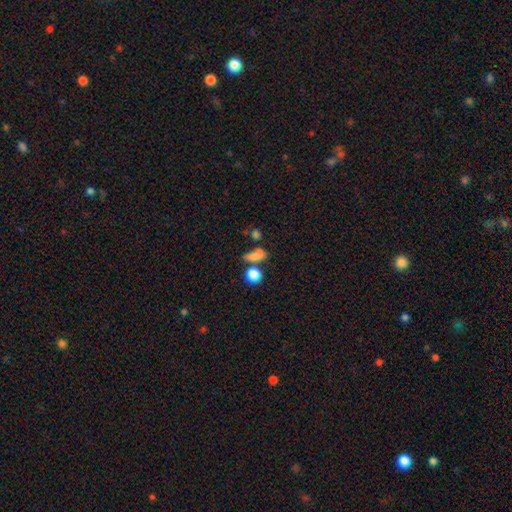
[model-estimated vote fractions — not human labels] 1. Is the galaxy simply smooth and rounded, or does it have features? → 71% smooth, 16% star or artifact, 13% featured or disk.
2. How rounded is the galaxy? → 56% in between, 34% round, 10% cigar-shaped.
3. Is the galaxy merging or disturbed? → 40% none, 32% merger, 16% minor disturbance, 13% major disturbance.